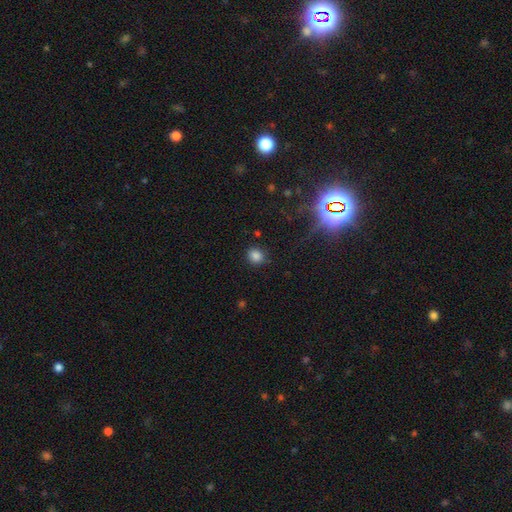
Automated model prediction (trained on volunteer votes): Smooth or featured? Predicted: smooth (p=0.82). How rounded? Predicted: round (p=0.86). Merging? Predicted: none (p=0.88).